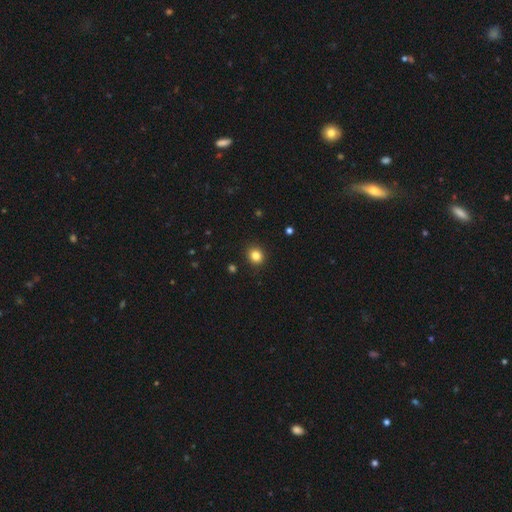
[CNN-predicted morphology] A smooth galaxy with no disk features (83%) that is round (80%). Merging: none (91%).